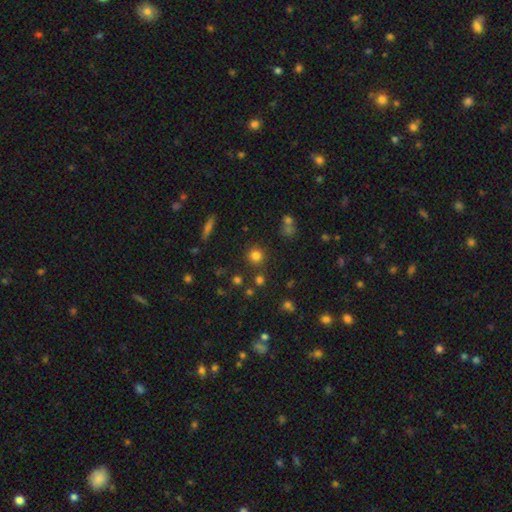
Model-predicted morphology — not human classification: This is likely a smooth galaxy (77%). How rounded: clearly round (93%). Merging: clearly none (84%).